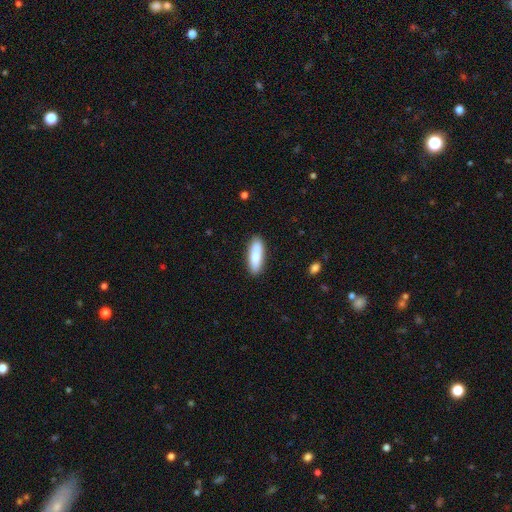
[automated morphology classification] type=smooth (81%); roundness=cigar-shaped (51%); merging=none (88%).